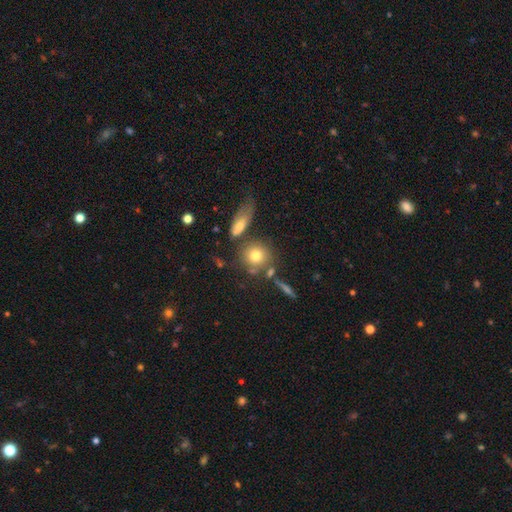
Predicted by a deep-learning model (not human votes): This appears to be a smooth galaxy with no disk features (72%) that is round (81%). Merging: none (62%).